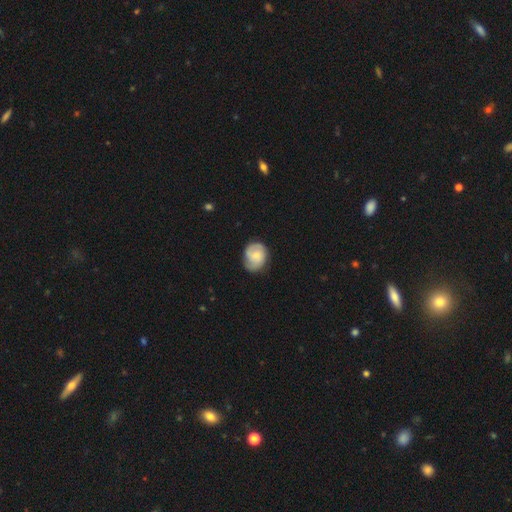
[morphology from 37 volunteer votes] Volunteers were most divided on "spiral winding": tight: 45%, medium: 30%, loose: 25%. More confident: edge-on disk — no (100%); spiral arm count — 2 (95%); spiral arms — yes (91%); bar — no (73%); merging — none (67%); smooth or featured — featured or disk (59%); bulge size — small (55%).